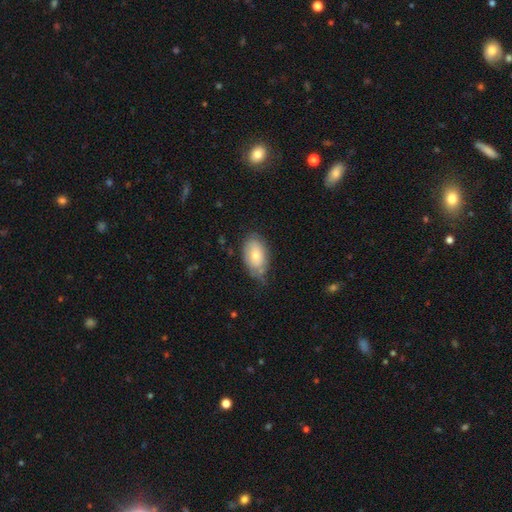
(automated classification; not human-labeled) This appears to be a smooth galaxy with no disk features (71%) that is in between round and cigar-shaped (93%). Merging: none (54%).